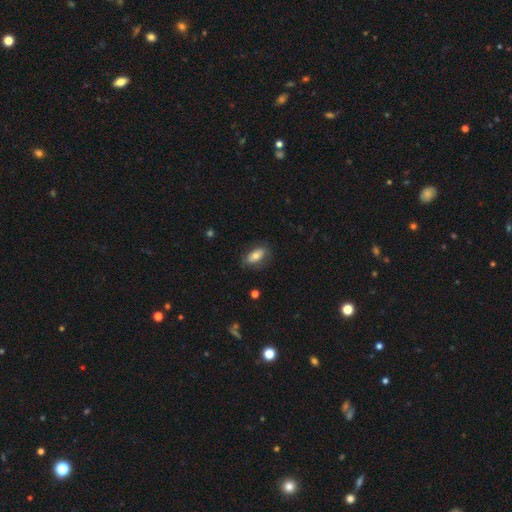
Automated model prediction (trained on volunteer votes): Smooth or featured: smooth — 67% (featured or disk — 26%)
How rounded: in between — 88% (cigar-shaped — 7%)
Merging: none — 74% (minor disturbance — 18%)